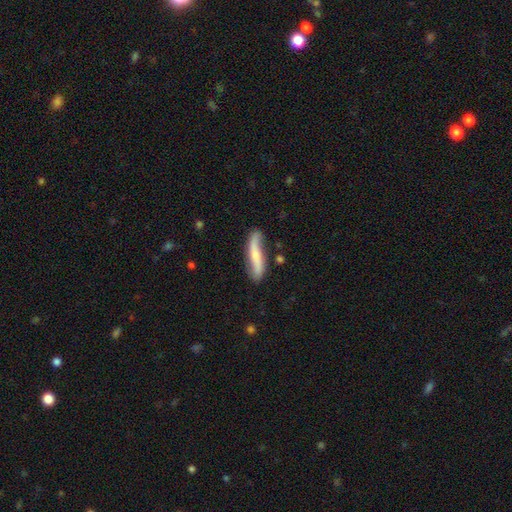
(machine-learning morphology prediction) A featured or disk galaxy (53%). Merging: none (66%).